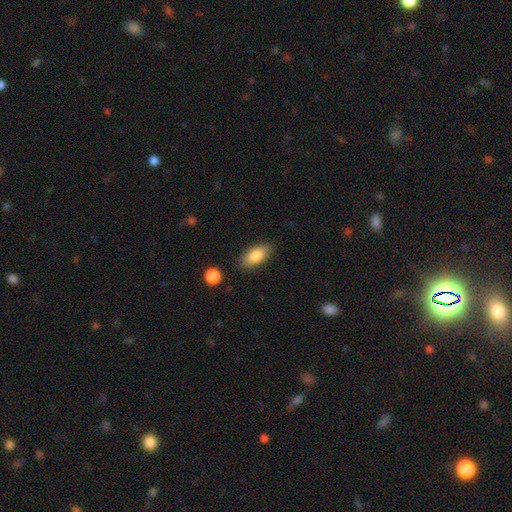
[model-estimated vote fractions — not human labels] Overall: smooth (83%). How rounded: in between (90%). Merging: none (84%).